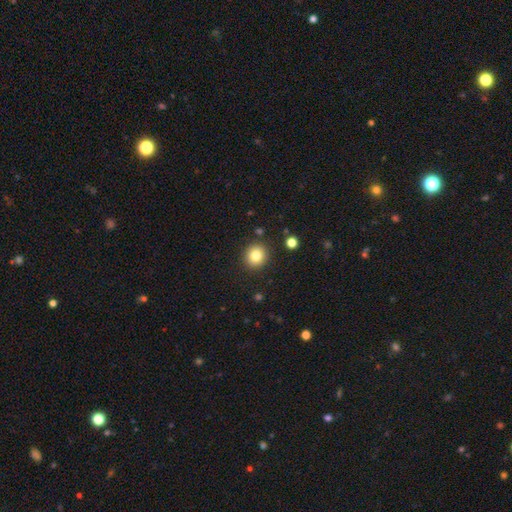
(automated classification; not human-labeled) A smooth galaxy with no disk features (81%) that is round (87%). Merging: none (90%).